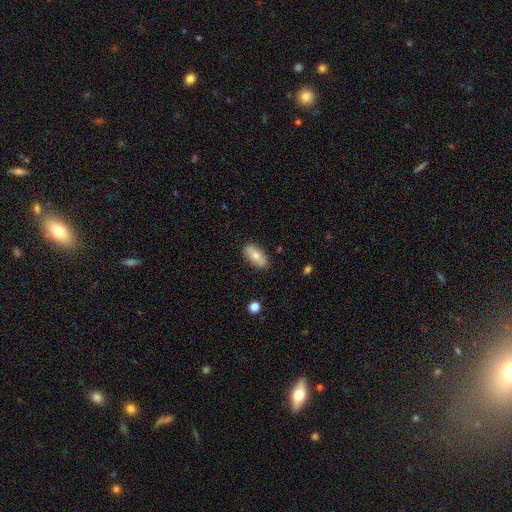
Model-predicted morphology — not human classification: smooth 69%, featured or disk 25%, star or artifact 7%. Down the decision tree: how rounded — in between (88%); merging — none (86%).